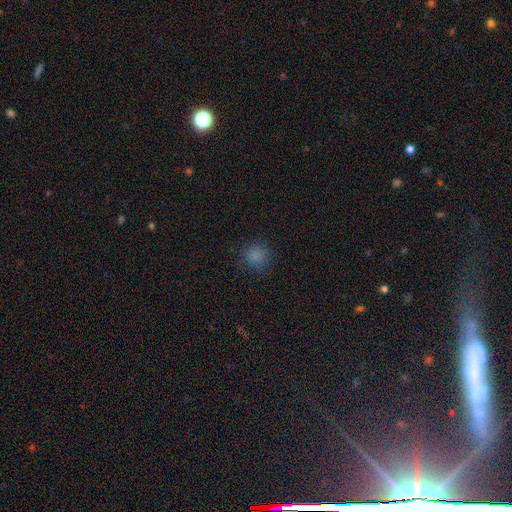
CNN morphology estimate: Overall: smooth (81%). How rounded: round (90%). Merging: none (83%).